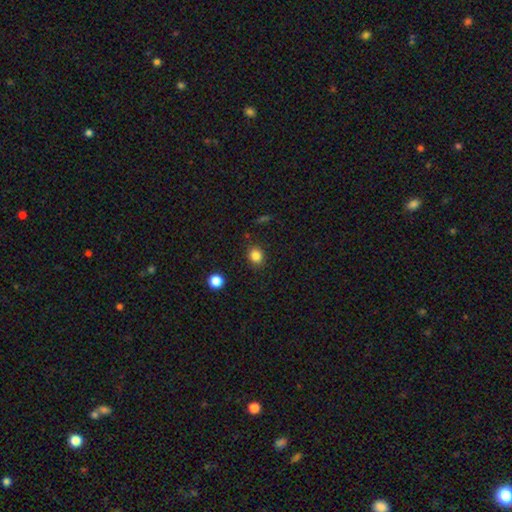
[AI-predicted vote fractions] smooth_or_featured: smooth (p=0.84) [alt: star or artifact p=0.12]
how_rounded: round (p=0.72) [alt: in between p=0.27]
merging: none (p=0.86) [alt: minor disturbance p=0.09]